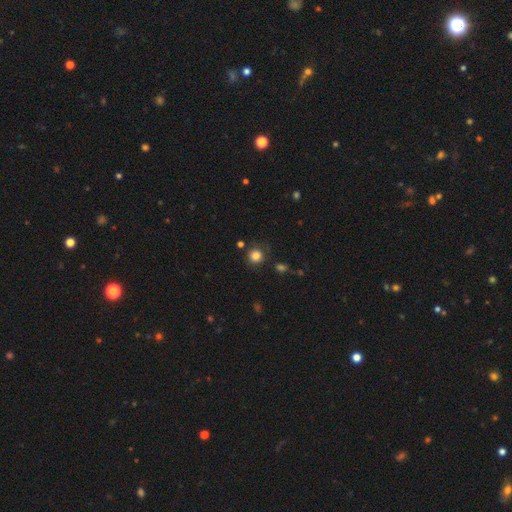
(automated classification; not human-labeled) The model was most divided on "smooth or featured": smooth: 83%, star or artifact: 12%, featured or disk: 5%. More confident: how rounded — round (92%); merging — none (82%).